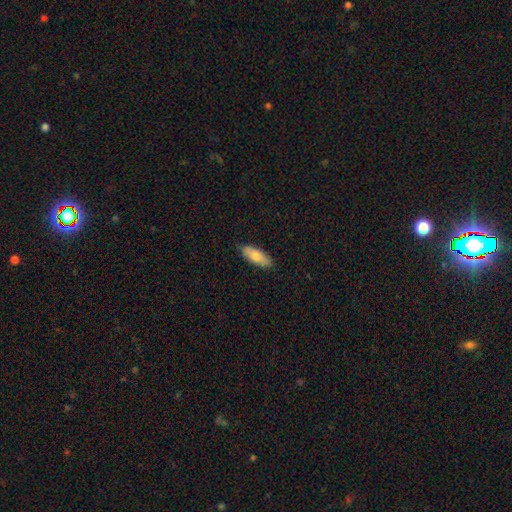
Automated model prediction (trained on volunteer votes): This is likely a smooth galaxy (77%). How rounded: likely in between (74%). Merging: clearly none (85%).